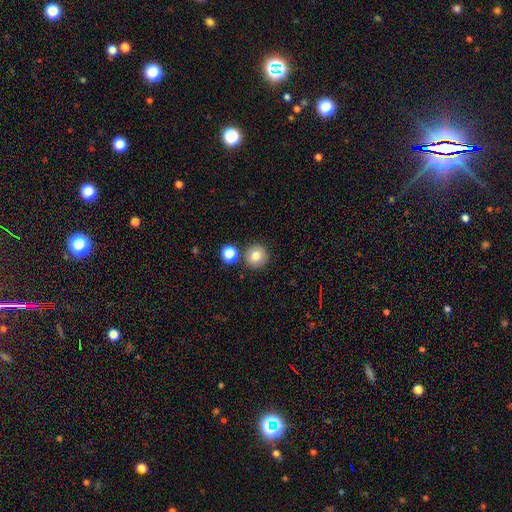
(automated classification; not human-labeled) This is clearly a smooth galaxy (80%). How rounded: clearly round (95%). Merging: clearly none (83%).